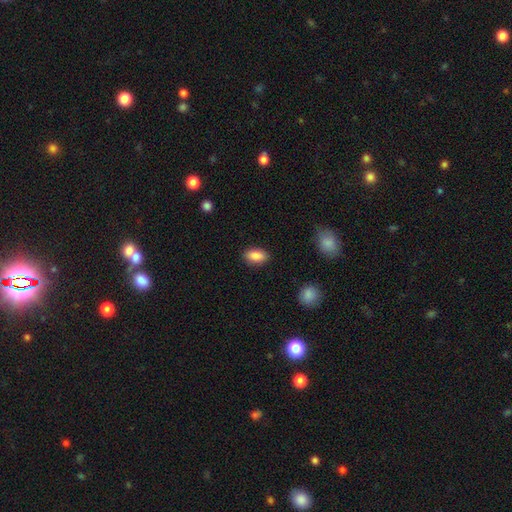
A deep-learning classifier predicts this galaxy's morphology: Smooth or featured: smooth — 87% (star or artifact — 7%)
How rounded: in between — 91% (round — 5%)
Merging: none — 87% (minor disturbance — 9%)